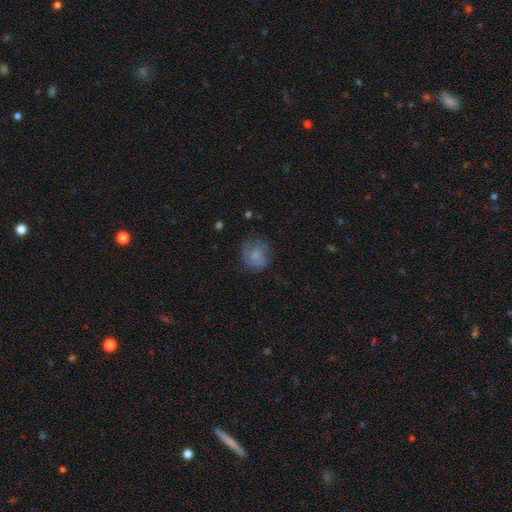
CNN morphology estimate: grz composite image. It shows a smooth galaxy with no disk features (61%) that is round (74%). Merging: none (57%).